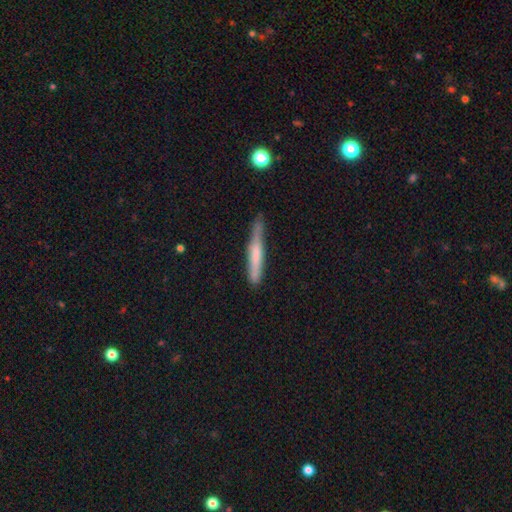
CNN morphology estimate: A smooth galaxy with no disk features (59%) that is cigar-shaped (95%).

Vote fractions:
- Smooth or featured? smooth: 59% / featured or disk: 34% / star or artifact: 6%
- How rounded? cigar-shaped: 95% / in between: 4% / round: 1%
- Merging? none: 67% / minor disturbance: 25% / major disturbance: 5% / merger: 3%